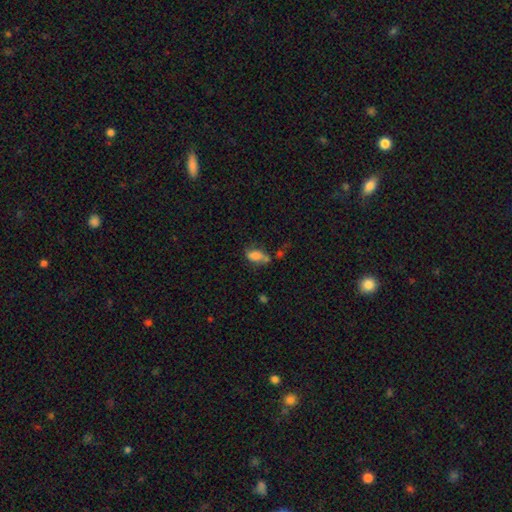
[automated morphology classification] smooth_or_featured: smooth (p=0.71) [alt: featured or disk p=0.18]
how_rounded: in between (p=0.86) [alt: cigar-shaped p=0.07]
merging: none (p=0.40) [alt: merger p=0.25]